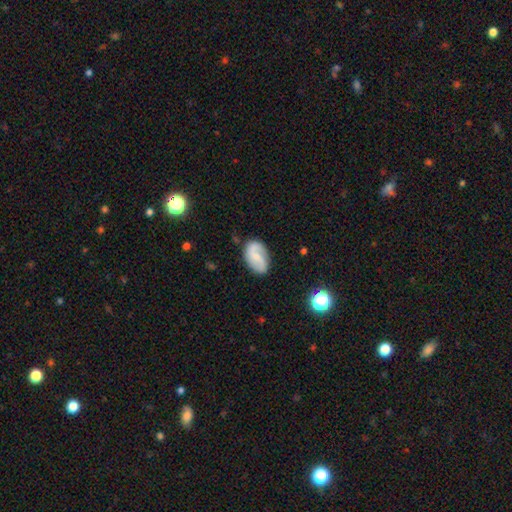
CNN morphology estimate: A featured or disk galaxy (56%) with no bar (46%), spiral arms (90%) and a small central bulge (47%). Merging: none (74%).